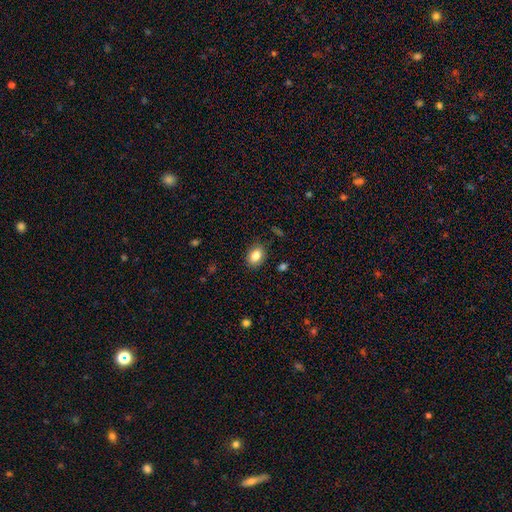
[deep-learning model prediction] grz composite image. It shows a smooth galaxy with no disk features (84%) that is in between round and cigar-shaped (76%). Merging: none (86%).